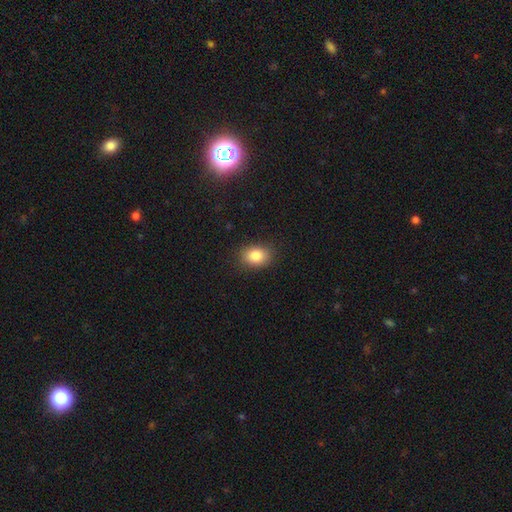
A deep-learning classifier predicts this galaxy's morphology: Overall: smooth (85%). How rounded: in between (69%; round 29%). Merging: none (87%).